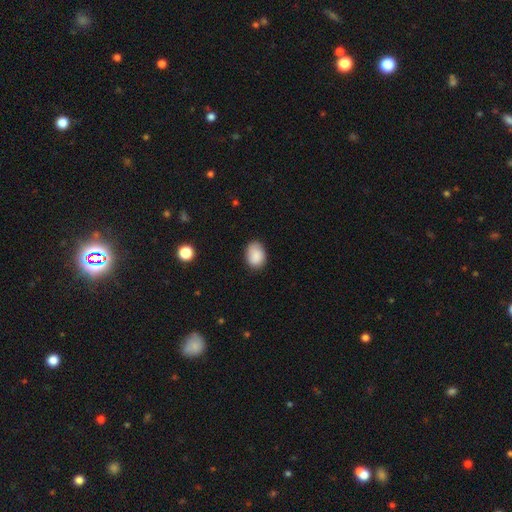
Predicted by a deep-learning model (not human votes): smooth 88%, star or artifact 7%, featured or disk 5%. Down the decision tree: how rounded — in between (73%); merging — none (76%).